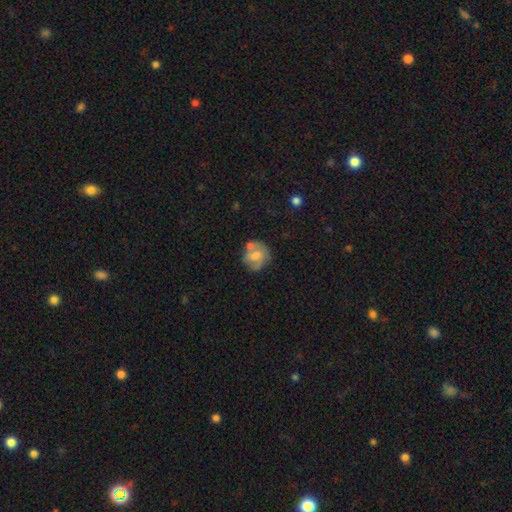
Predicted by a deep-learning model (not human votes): Smooth or featured: smooth — 48% (featured or disk — 45%)
Merging: none — 52% (minor disturbance — 20%)